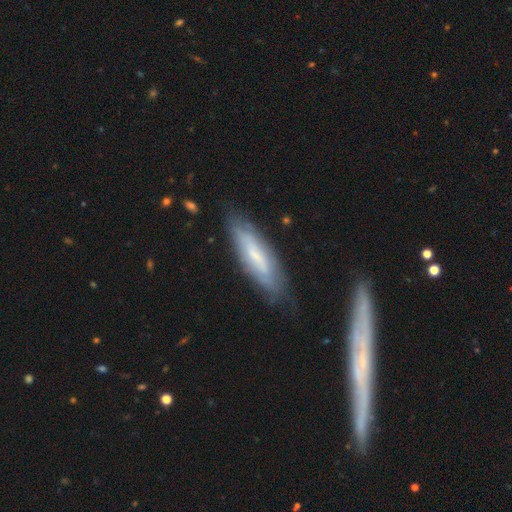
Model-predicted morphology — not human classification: featured or disk 49%, smooth 44%, star or artifact 7%. Down the decision tree: merging — none (77%).